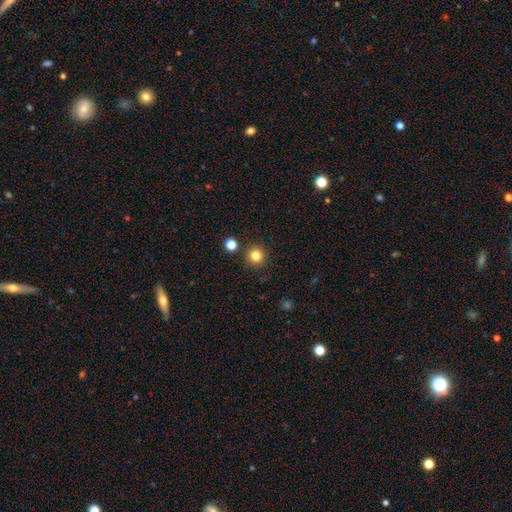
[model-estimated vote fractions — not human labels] Smooth or featured: smooth — 81% (star or artifact — 13%)
How rounded: round — 94% (in between — 5%)
Merging: none — 89% (minor disturbance — 6%)